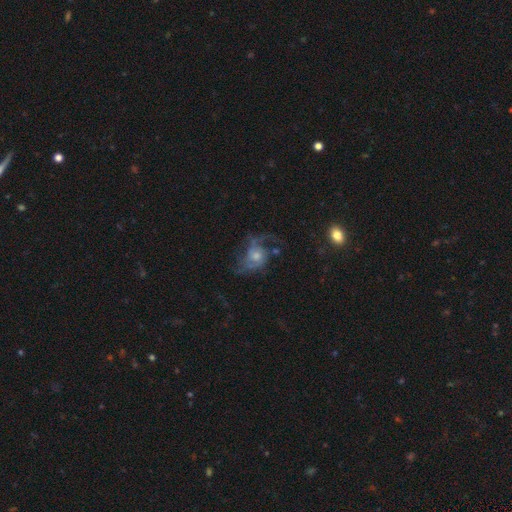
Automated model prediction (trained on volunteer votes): Smooth or featured: featured or disk — 75% (smooth — 17%)
Edge-on disk: no — 97% (yes — 3%)
Bar: no — 72% (weak — 24%)
Spiral arms: yes — 87% (no — 13%)
Spiral winding: loose — 51% (medium — 38%)
Spiral arm count: 2 — 54% (can't tell — 15%)
Bulge size: moderate — 52% (small — 31%)
Merging: none — 44% (major disturbance — 34%)